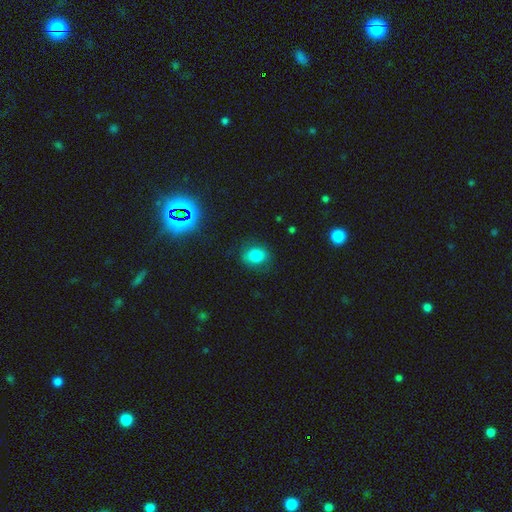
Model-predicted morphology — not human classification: Smooth or featured? smooth (80%)
How rounded? round (55%)
Merging? none (79%)